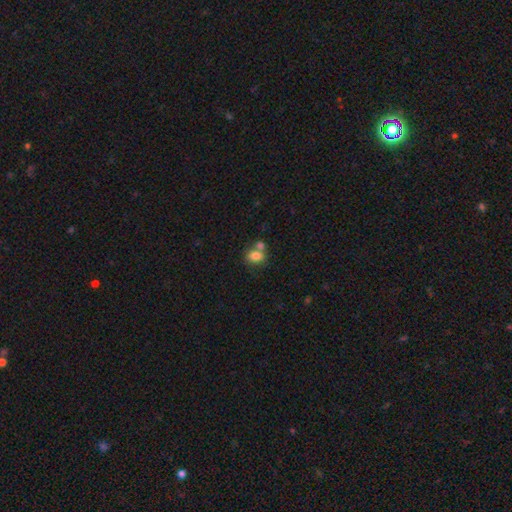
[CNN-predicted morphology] Overall: smooth (81%). How rounded: in between (71%). Merging: none (47%; merger 37%).